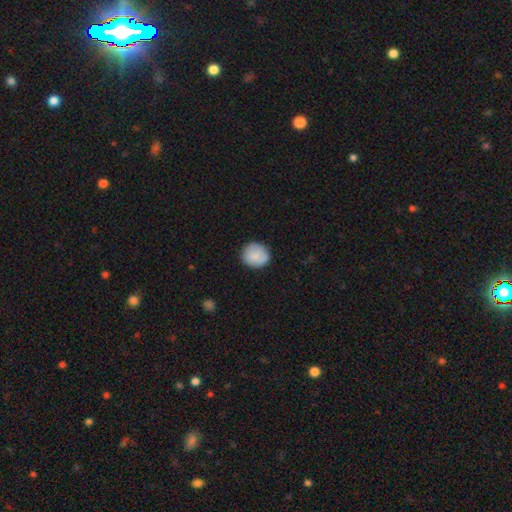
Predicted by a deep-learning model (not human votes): smooth_or_featured: smooth (p=0.84) [alt: featured or disk p=0.09]
how_rounded: round (p=0.87) [alt: in between p=0.12]
merging: none (p=0.85) [alt: minor disturbance p=0.11]